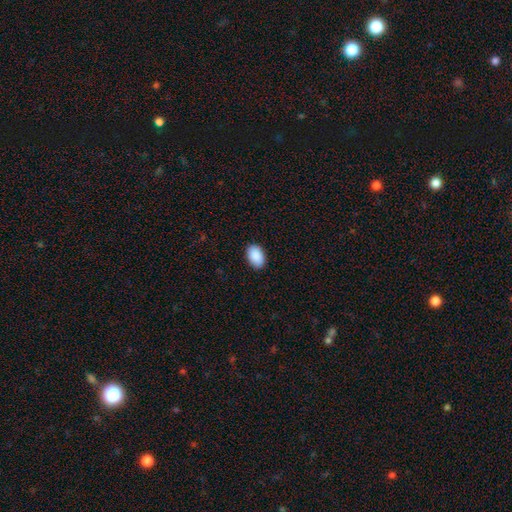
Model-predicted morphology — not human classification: Smooth or featured? smooth (91%)
How rounded? in between (88%)
Merging? none (89%)